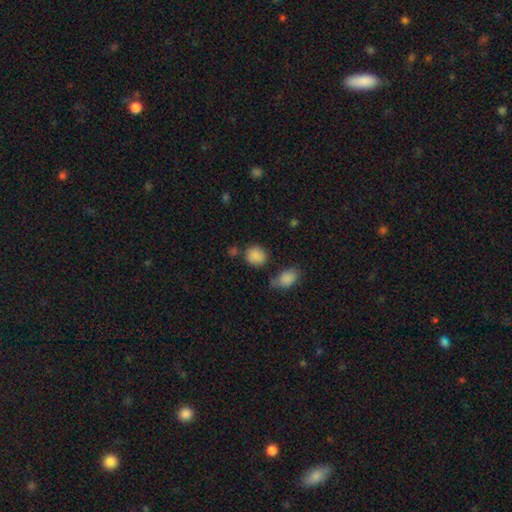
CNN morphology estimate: This appears to be a smooth galaxy with no disk features (86%) that is round (77%). Merging: none (69%).